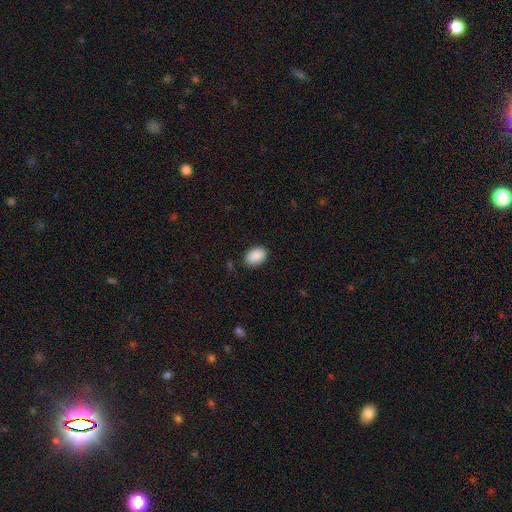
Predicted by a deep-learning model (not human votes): The model was most divided on "how rounded": in between: 85%, round: 14%, cigar-shaped: 1%. More confident: smooth or featured — smooth (90%); merging — none (85%).